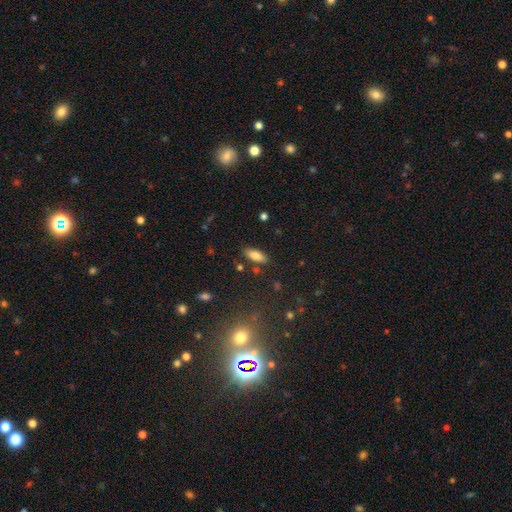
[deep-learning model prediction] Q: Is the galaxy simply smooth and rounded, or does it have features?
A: smooth — 83%.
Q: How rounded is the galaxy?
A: in between — 79%.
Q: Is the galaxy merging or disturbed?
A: none — 84%.